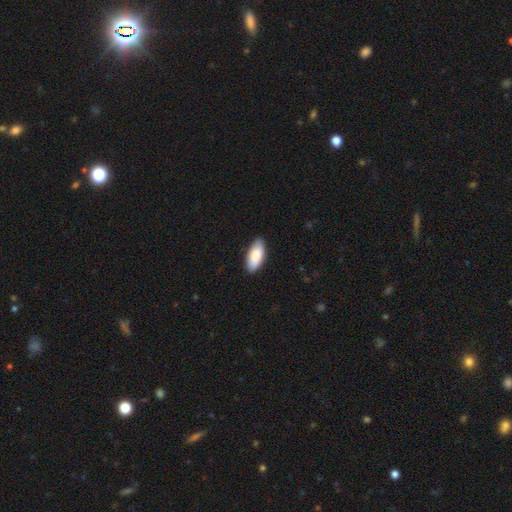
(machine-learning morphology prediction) Overall: smooth (87%). How rounded: in between (87%). Merging: none (86%).